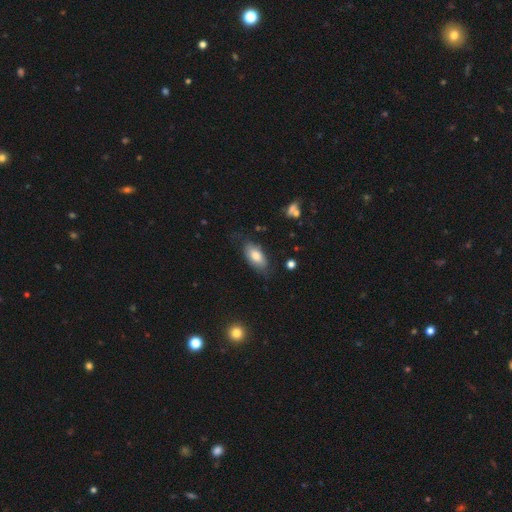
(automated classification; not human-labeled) Smooth or featured? smooth (76%)
How rounded? in between (91%)
Merging? none (70%)